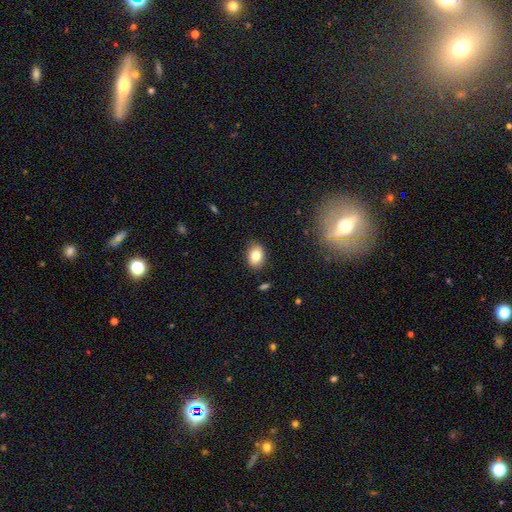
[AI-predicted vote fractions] Q: Smooth or featured?
A: smooth (81%); runner-up: featured or disk (10%)
Q: How rounded?
A: in between (67%); runner-up: round (31%)
Q: Merging?
A: none (87%); runner-up: minor disturbance (10%)